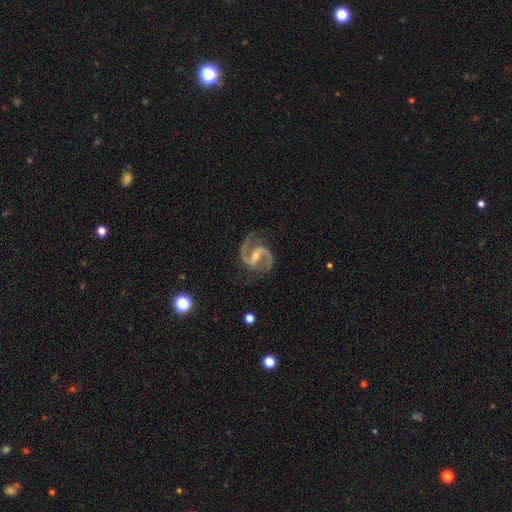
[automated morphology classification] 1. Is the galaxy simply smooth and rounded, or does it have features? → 94% featured or disk, 4% star or artifact, 2% smooth.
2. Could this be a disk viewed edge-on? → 98% no, 2% yes.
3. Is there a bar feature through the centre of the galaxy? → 39% strong (tied), 39% weak (tied), 21% no.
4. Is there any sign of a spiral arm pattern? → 99% yes, 1% no.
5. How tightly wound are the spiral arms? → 67% medium, 20% loose, 13% tight.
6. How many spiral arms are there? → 94% 2, 1% 3, 1% can't tell, 1% 1, 1% 4, 1% more than 4.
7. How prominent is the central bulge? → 62% small, 34% moderate, 2% none, 1% large, 1% dominant.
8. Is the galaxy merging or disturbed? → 81% none, 13% minor disturbance, 5% major disturbance, 1% merger.